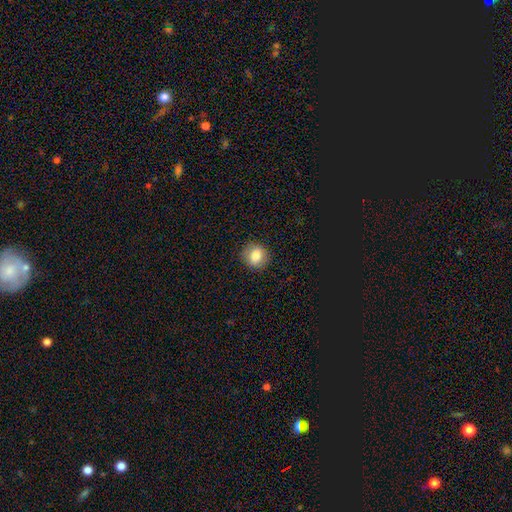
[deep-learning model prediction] Smooth or featured? smooth (81%)
How rounded? round (82%)
Merging? none (88%)